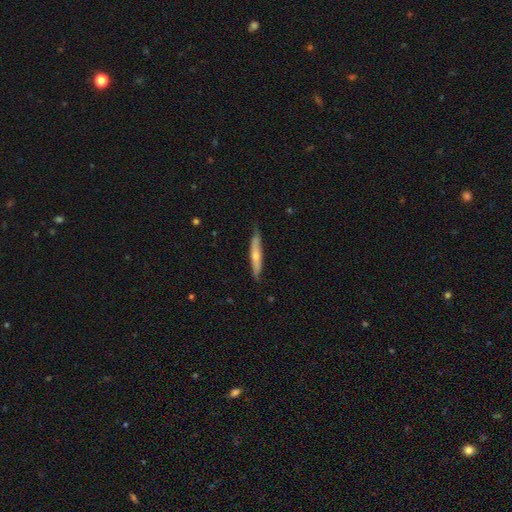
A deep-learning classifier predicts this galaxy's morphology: Smooth or featured? Predicted: featured or disk (p=0.50). Merging? Predicted: none (p=0.84).